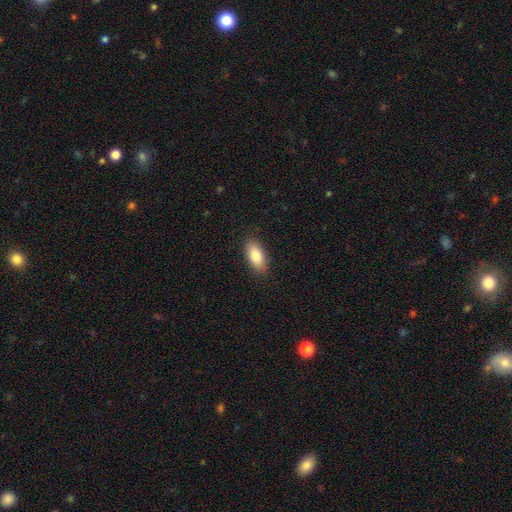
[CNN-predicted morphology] A smooth galaxy with no disk features (84%) that is in between round and cigar-shaped (89%). Merging: none (88%).